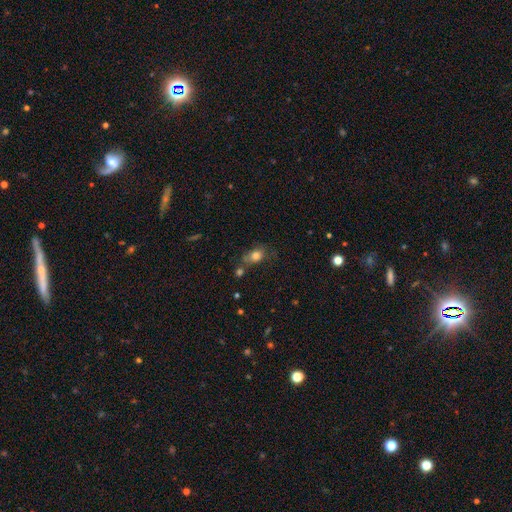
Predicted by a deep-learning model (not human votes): Smooth or featured?
  - smooth: 78% *
  - star or artifact: 11%
  - featured or disk: 10%
How rounded?
  - in between: 63% *
  - round: 34%
  - cigar-shaped: 3%
Merging?
  - none: 53% *
  - minor disturbance: 23%
  - merger: 15%
  - major disturbance: 9%